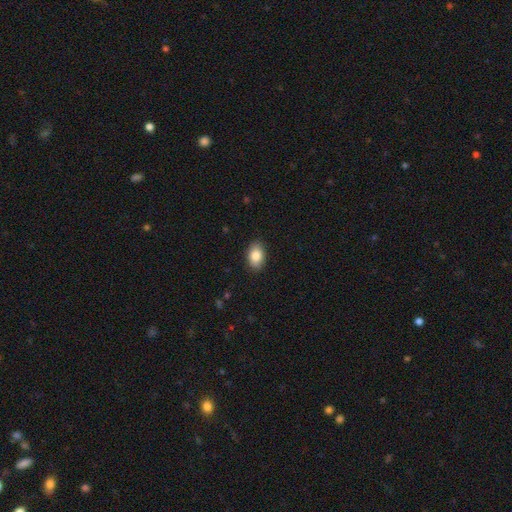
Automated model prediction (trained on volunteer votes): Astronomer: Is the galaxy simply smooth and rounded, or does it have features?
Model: smooth — 84%.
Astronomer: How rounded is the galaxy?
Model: in between — 89%.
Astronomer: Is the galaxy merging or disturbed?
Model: none — 88%.